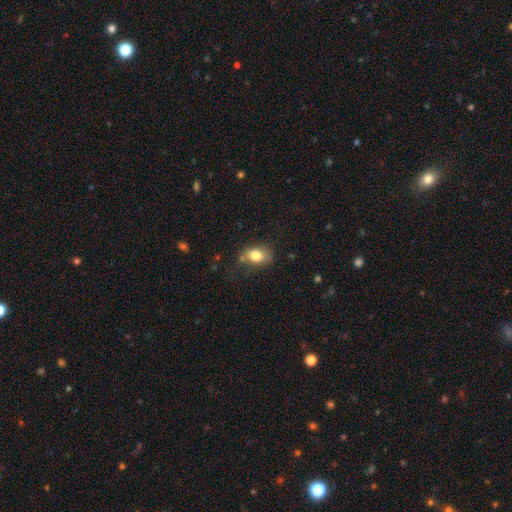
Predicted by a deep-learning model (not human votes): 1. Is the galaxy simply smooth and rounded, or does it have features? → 80% smooth, 11% featured or disk, 10% star or artifact.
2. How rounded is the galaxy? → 71% in between, 27% round, 1% cigar-shaped.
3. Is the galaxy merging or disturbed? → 67% none, 21% minor disturbance, 6% major disturbance, 5% merger.